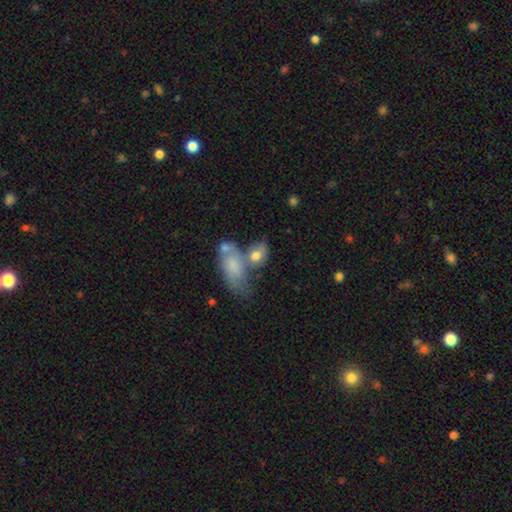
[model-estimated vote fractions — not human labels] A smooth galaxy with no disk features (68%) that is in between round and cigar-shaped (76%). Merging: merger (42%).